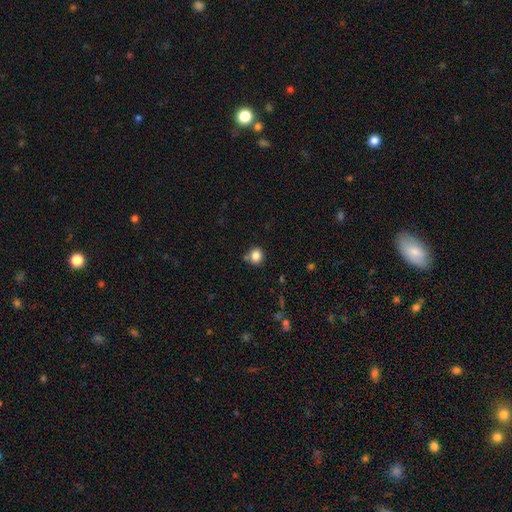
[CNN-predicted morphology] This is clearly a smooth galaxy (84%). How rounded: clearly round (81%). Merging: likely none (72%).